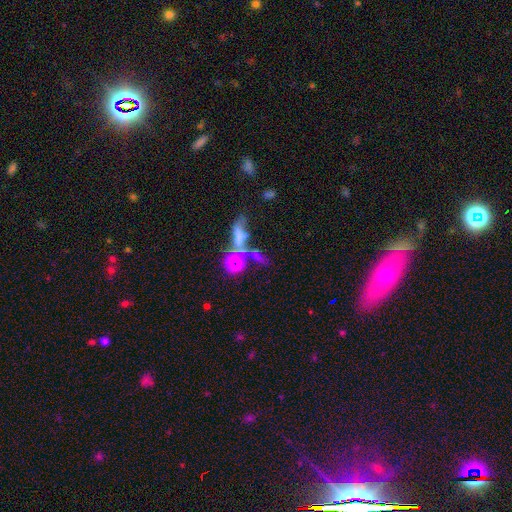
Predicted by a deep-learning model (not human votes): This appears to be a smooth galaxy with no disk features (44%). Merging: merger (36%).